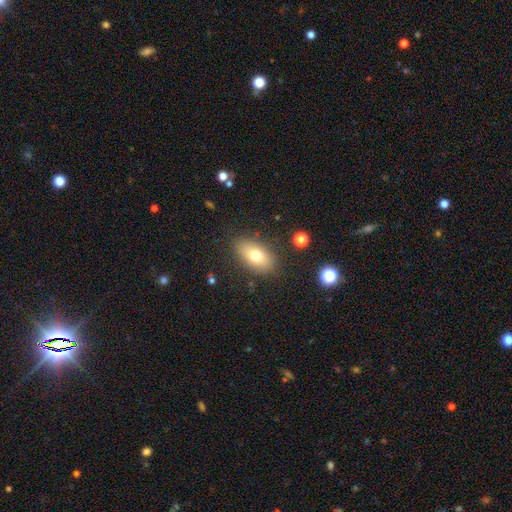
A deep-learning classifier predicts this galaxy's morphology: A smooth galaxy with no disk features (73%) that is in between round and cigar-shaped (89%). Merging: none (83%).